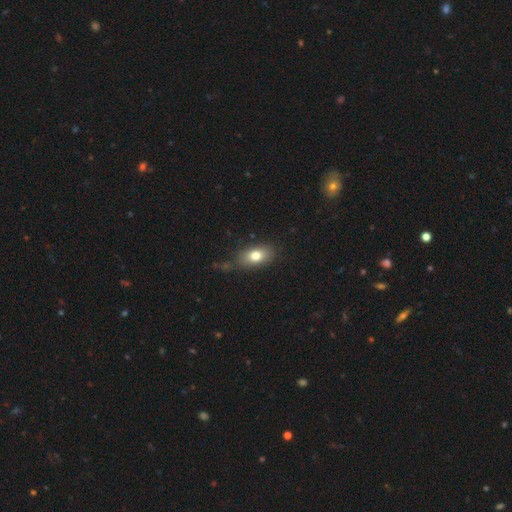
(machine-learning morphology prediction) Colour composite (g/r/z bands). It shows a smooth galaxy with no disk features (78%) that is in between round and cigar-shaped (85%). Merging: none (71%).